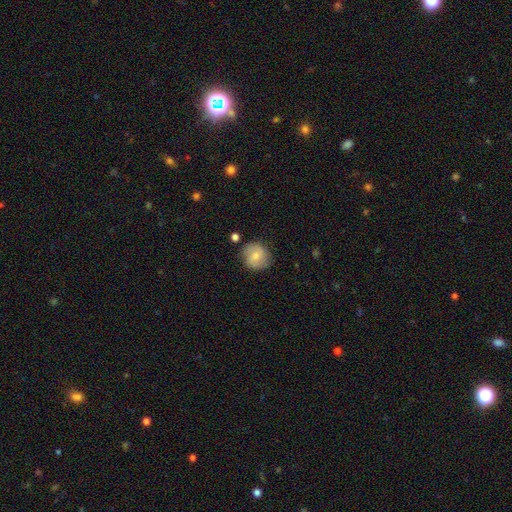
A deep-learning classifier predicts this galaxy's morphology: smooth_or_featured: smooth (p=0.62) [alt: featured or disk p=0.30]
how_rounded: round (p=0.84) [alt: in between p=0.15]
merging: none (p=0.78) [alt: minor disturbance p=0.15]